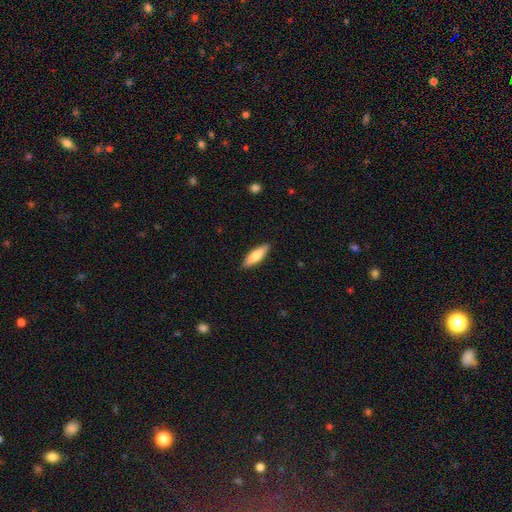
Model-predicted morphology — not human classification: Smooth or featured? Predicted: smooth (p=0.76). How rounded? Predicted: cigar-shaped (p=0.52). Merging? Predicted: none (p=0.88).